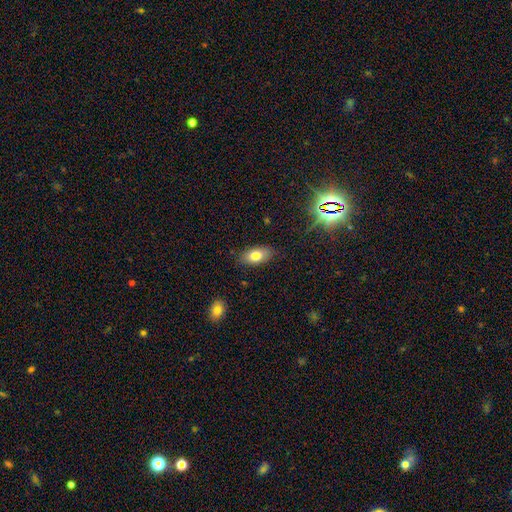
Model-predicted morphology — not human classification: The model was most divided on "smooth or featured": smooth: 79%, featured or disk: 13%, star or artifact: 9%. More confident: how rounded — in between (90%); merging — none (84%).